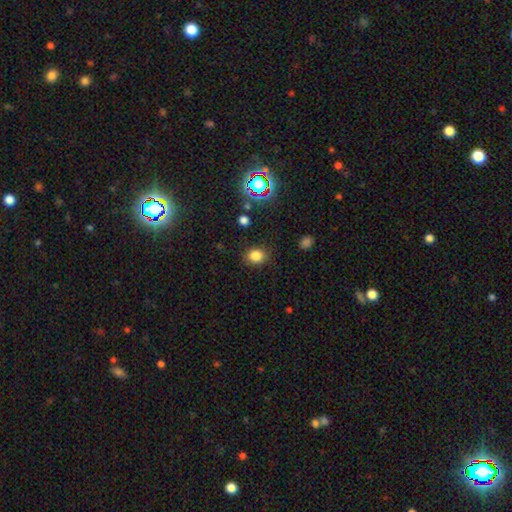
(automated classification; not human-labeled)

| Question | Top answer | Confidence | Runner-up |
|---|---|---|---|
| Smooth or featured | smooth | 80% | star or artifact (15%) |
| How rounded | round | 62% | in between (37%) |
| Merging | none | 84% | minor disturbance (11%) |